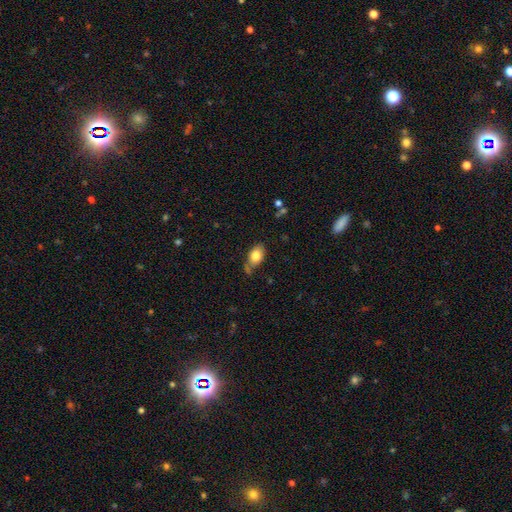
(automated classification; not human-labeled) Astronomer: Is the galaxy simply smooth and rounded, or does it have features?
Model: smooth — 81%.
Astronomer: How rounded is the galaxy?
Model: in between — 89%.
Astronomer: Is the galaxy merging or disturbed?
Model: none — 61%.